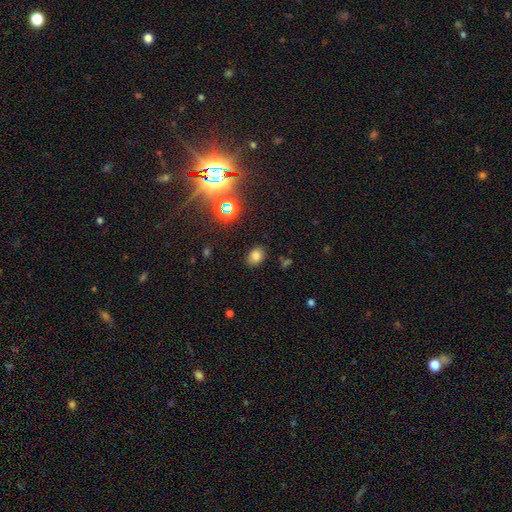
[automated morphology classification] This appears to be a smooth galaxy with no disk features (76%) that is in between round and cigar-shaped (69%). Merging: none (84%).